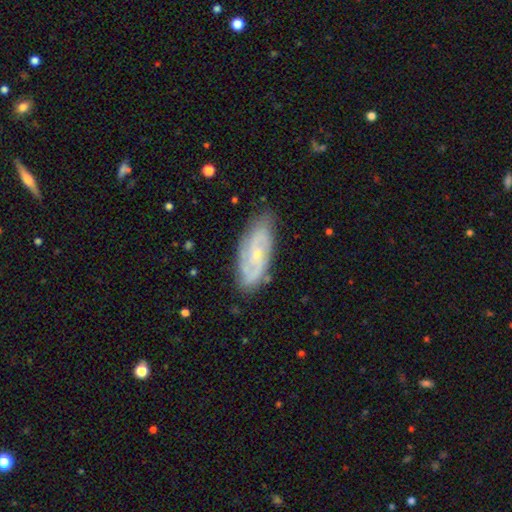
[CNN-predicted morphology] smooth-or-featured: featured or disk: 76% | smooth: 17% | star or artifact: 7%
  disk-edge-on: no: 92% | yes: 8%
    bar: no: 53% | weak: 38% | strong: 8%
    has-spiral-arms: yes: 94% | no: 6%
      spiral-winding: tight: 43% | medium: 42% | loose: 15%
      spiral-arm-count: 2: 60% | can't tell: 20% | 3: 11% | 4: 3% | 1: 3% | more than 4: 3%
    bulge-size: small: 71% | moderate: 23% | none: 4% | large: 1% | dominant: 1%
  merging: none: 79% | minor disturbance: 16% | major disturbance: 3% | merger: 1%